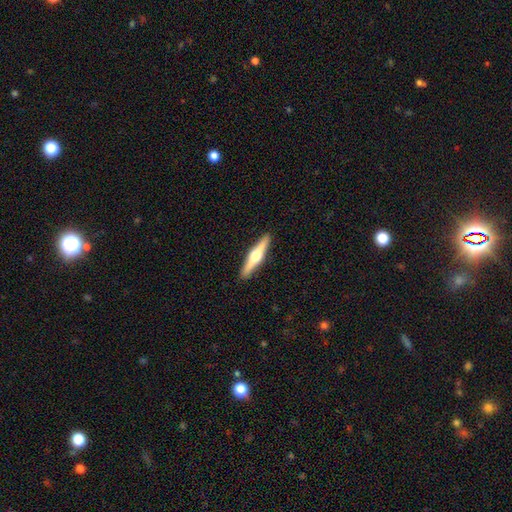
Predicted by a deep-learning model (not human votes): This is likely a featured or disk galaxy (65%). It is clearly viewed edge-on (97%). Edge-on bulge: clearly rounded (95%). Merging: clearly none (92%).